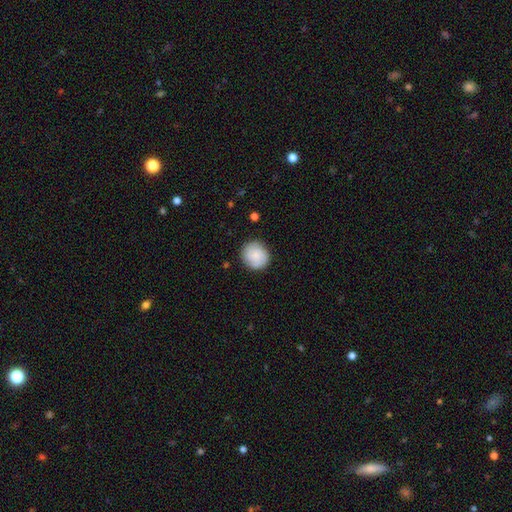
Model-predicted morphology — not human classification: Q: Smooth or featured?
A: smooth (74%); runner-up: featured or disk (19%)
Q: How rounded?
A: round (88%); runner-up: in between (11%)
Q: Merging?
A: none (85%); runner-up: minor disturbance (11%)